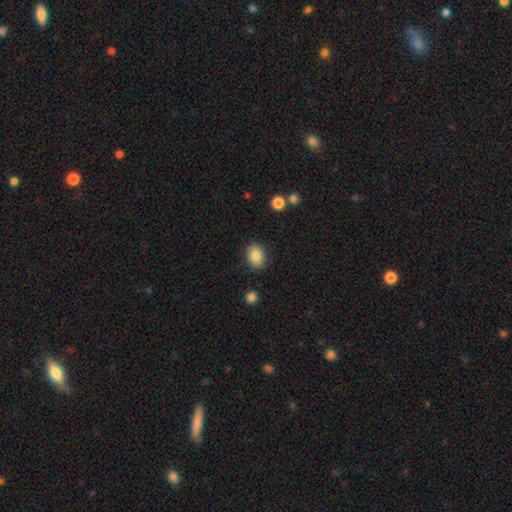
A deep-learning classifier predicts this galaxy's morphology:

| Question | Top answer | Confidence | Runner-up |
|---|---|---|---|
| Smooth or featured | smooth | 84% | featured or disk (8%) |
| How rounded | in between | 69% | round (30%) |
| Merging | none | 87% | minor disturbance (9%) |